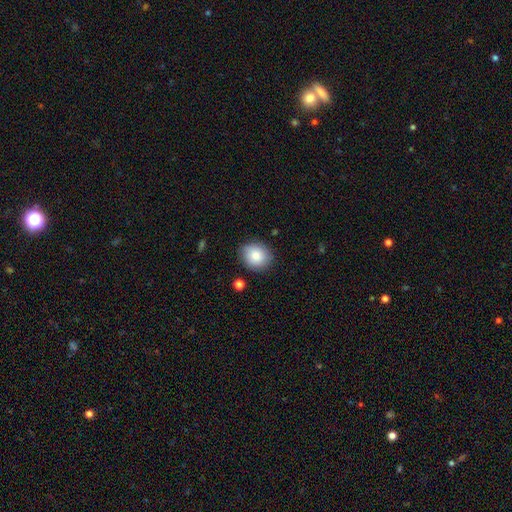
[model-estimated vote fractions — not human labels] A smooth galaxy with no disk features (82%) that is round (72%). Merging: none (83%).